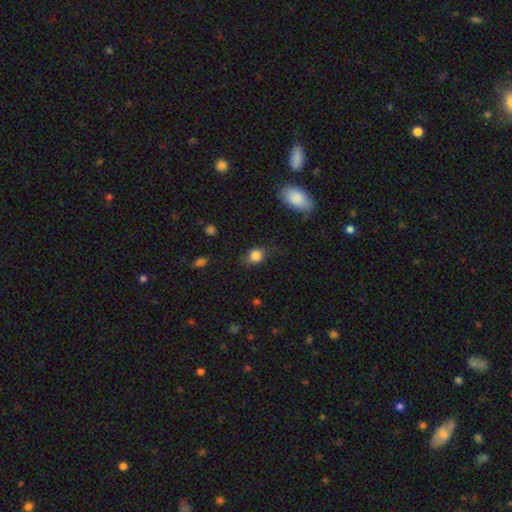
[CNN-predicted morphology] This is clearly a smooth galaxy (82%). How rounded: possibly in between (55%). Merging: likely none (65%).